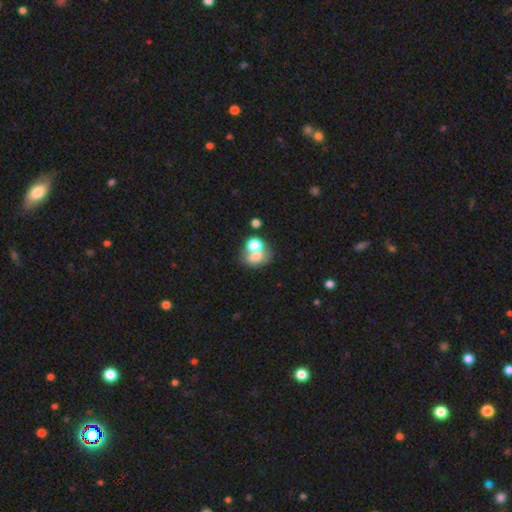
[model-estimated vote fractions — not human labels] Overall: smooth (65%). How rounded: in between (53%; round 46%). Merging: merger (44%; none 33%).